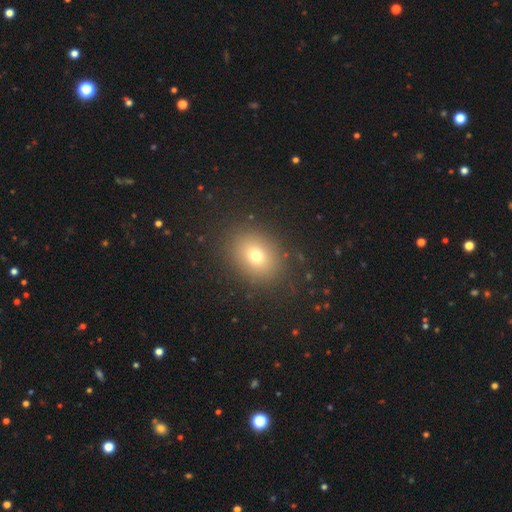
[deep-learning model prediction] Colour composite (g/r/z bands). It shows a smooth galaxy with no disk features (72%) that is in between round and cigar-shaped (51%). Merging: none (87%).